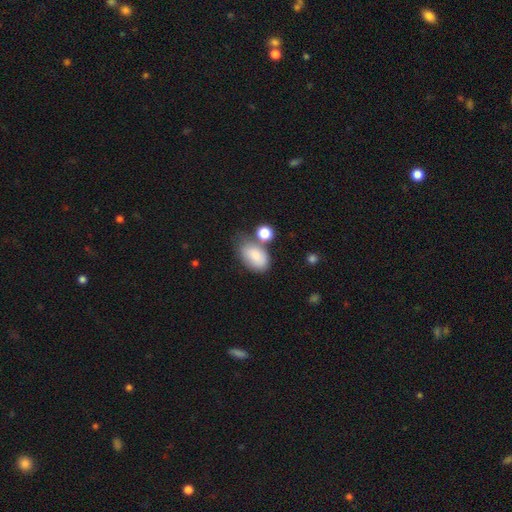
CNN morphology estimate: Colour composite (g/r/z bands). It shows a smooth galaxy with no disk features (84%) that is in between round and cigar-shaped (91%). Merging: none (48%).